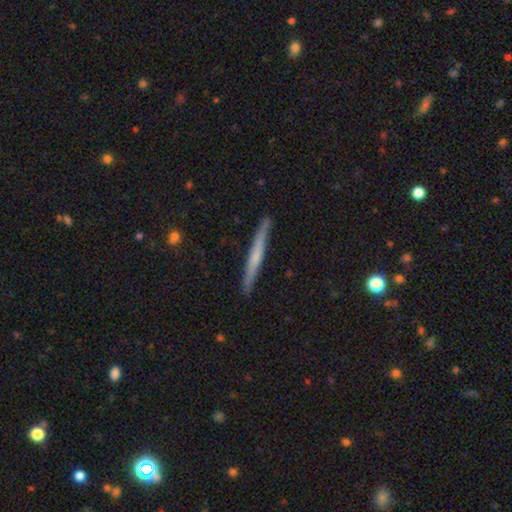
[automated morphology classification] This is possibly a featured or disk galaxy (48%). Merging: clearly none (89%).